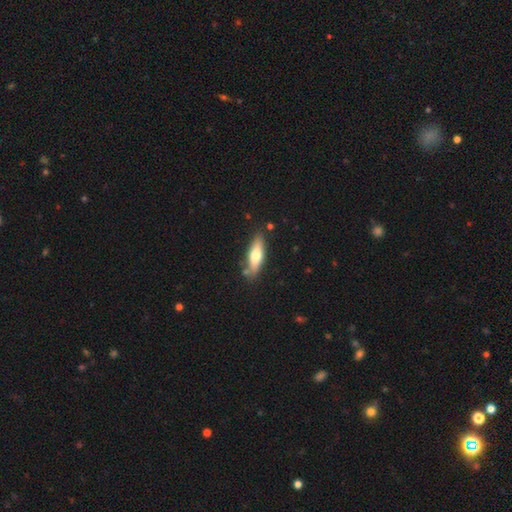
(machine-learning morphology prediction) Q: Smooth or featured?
A: smooth (61%); runner-up: featured or disk (33%)
Q: How rounded?
A: cigar-shaped (52%); runner-up: in between (46%)
Q: Merging?
A: none (78%); runner-up: minor disturbance (14%)